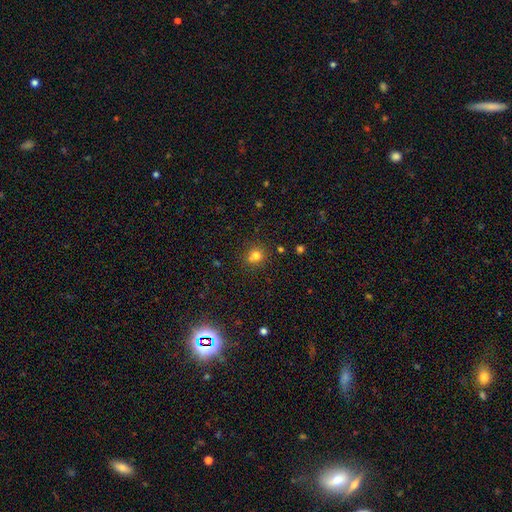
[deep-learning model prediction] smooth 75%, star or artifact 16%, featured or disk 9%. Down the decision tree: how rounded — round (80%); merging — none (64%).